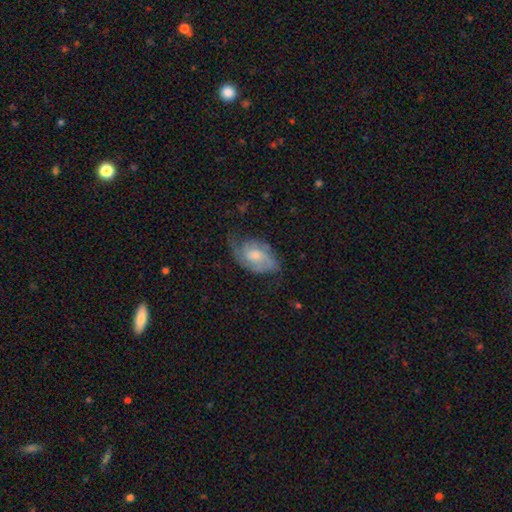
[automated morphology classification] featured or disk 63%, smooth 31%, star or artifact 6%. Down the decision tree: edge-on disk — no (96%); bar — no (69%); spiral arms — yes (87%); spiral arm count — 2 (52%); spiral winding — medium (41%); bulge size — moderate (48%); merging — none (49%).